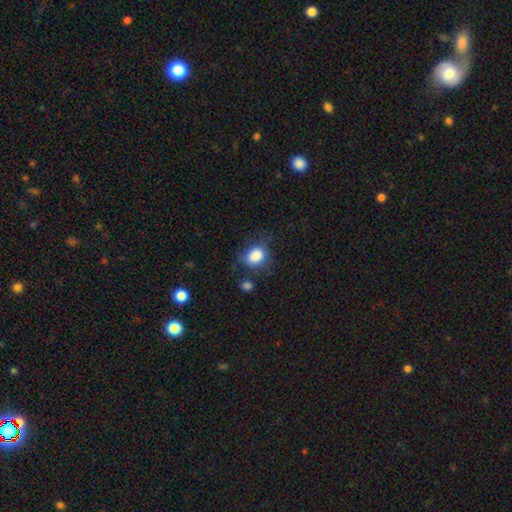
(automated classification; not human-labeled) This appears to be a smooth galaxy with no disk features (86%) that is in between round and cigar-shaped (54%). Merging: none (59%).